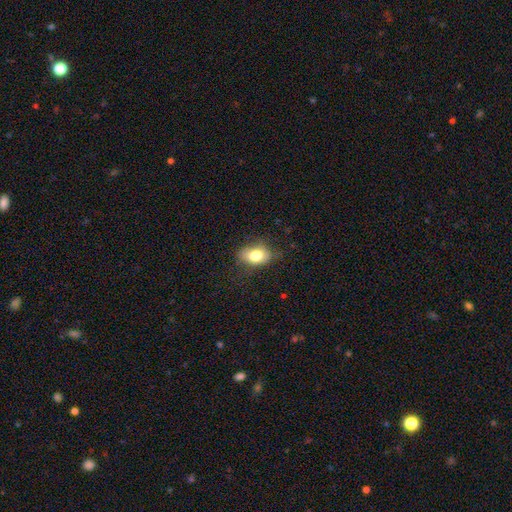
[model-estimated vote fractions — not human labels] smooth_or_featured: smooth (p=0.77) [alt: featured or disk p=0.14]
how_rounded: in between (p=0.84) [alt: round p=0.14]
merging: none (p=0.70) [alt: minor disturbance p=0.22]